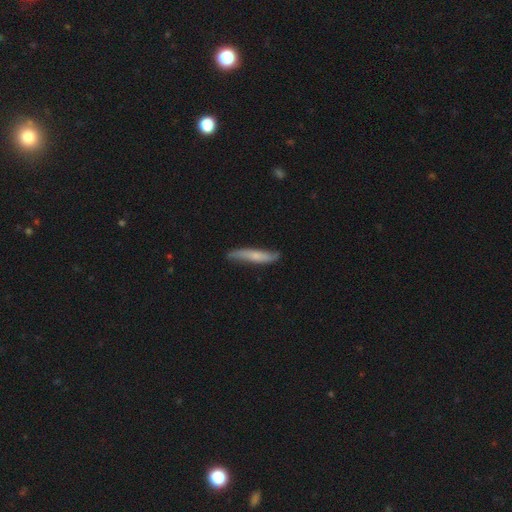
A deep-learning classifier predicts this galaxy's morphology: This is possibly a smooth galaxy (51%). How rounded: clearly cigar-shaped (90%). Merging: likely none (74%).